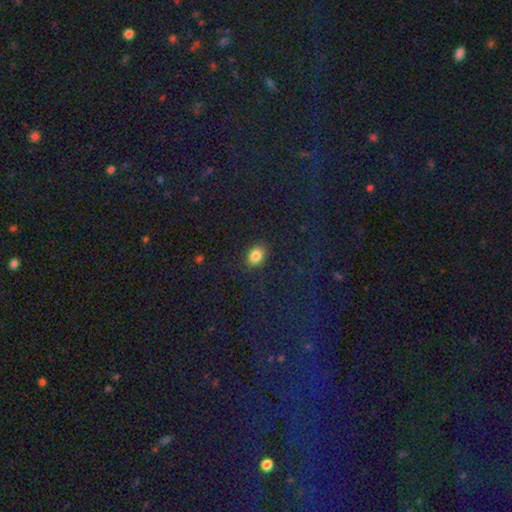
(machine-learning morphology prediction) A smooth galaxy with no disk features (83%) that is in between round and cigar-shaped (73%). Merging: none (86%).